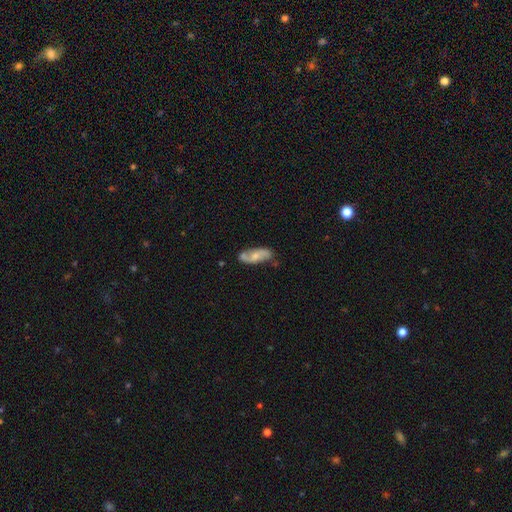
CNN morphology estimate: Overall: featured or disk (57%; smooth 37%). Edge-on disk: no (89%). Bar: no (59%; weak 34%). Spiral arms: yes (88%). Bulge size: moderate (46%; small 41%). Merging: none (69%).